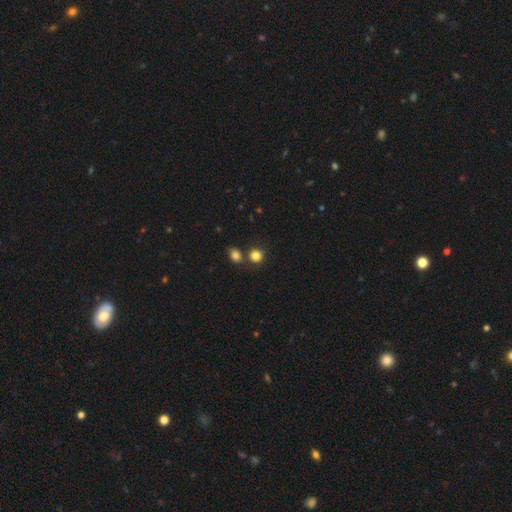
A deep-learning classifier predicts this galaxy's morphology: Q: Smooth or featured?
A: smooth (83%); runner-up: star or artifact (12%)
Q: How rounded?
A: round (87%); runner-up: in between (12%)
Q: Merging?
A: none (70%); runner-up: merger (18%)